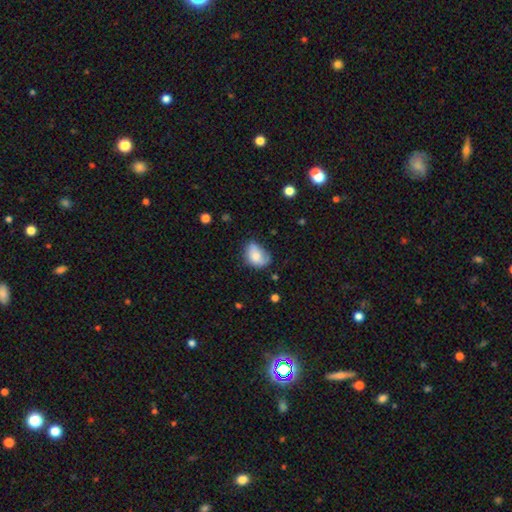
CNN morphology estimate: Overall: smooth (72%). How rounded: in between (75%). Merging: none (41%; minor disturbance 40%).